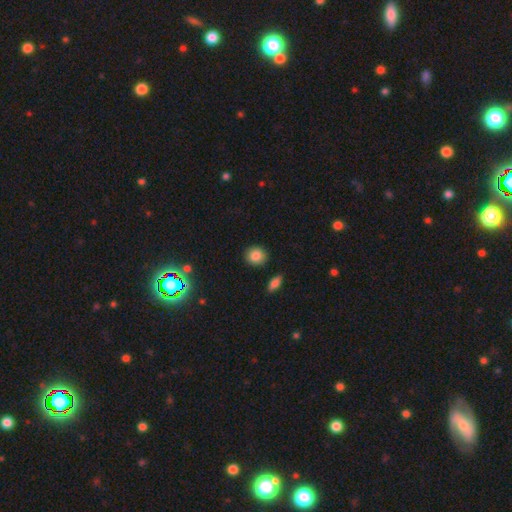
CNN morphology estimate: type=smooth (85%); roundness=round (75%); merging=none (89%).